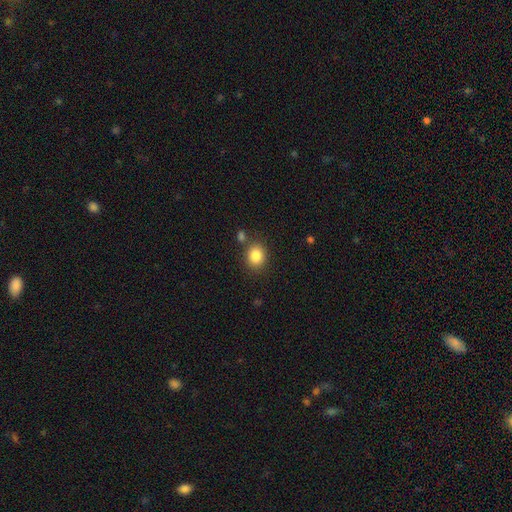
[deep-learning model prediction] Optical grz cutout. It shows a smooth galaxy with no disk features (86%) that is round (64%). Merging: none (76%).